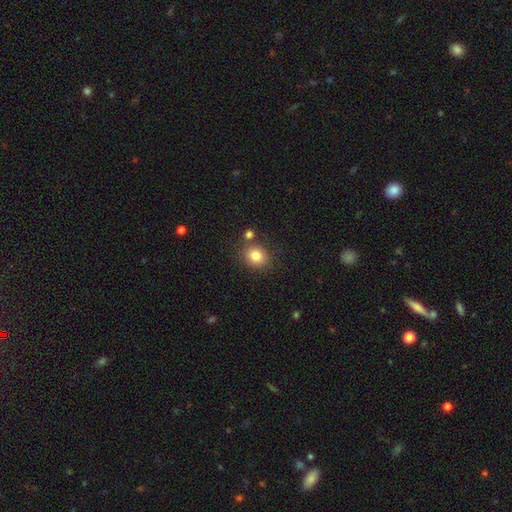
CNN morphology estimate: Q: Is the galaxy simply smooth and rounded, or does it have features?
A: smooth — 82%.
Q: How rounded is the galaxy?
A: round — 69%.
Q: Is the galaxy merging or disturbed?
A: none — 75%.